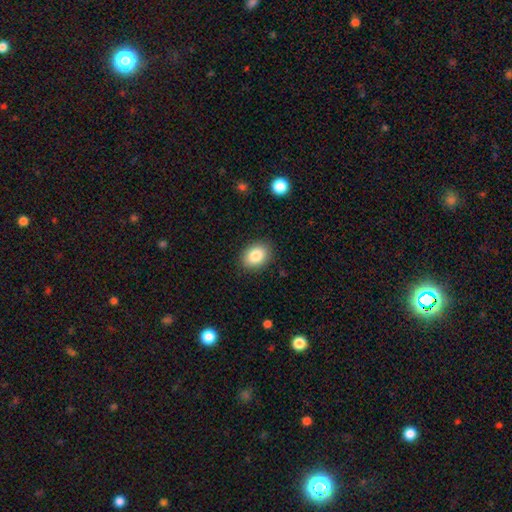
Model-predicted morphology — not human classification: smooth_or_featured: smooth (p=0.85) [alt: star or artifact p=0.08]
how_rounded: in between (p=0.74) [alt: round p=0.25]
merging: none (p=0.88) [alt: minor disturbance p=0.09]